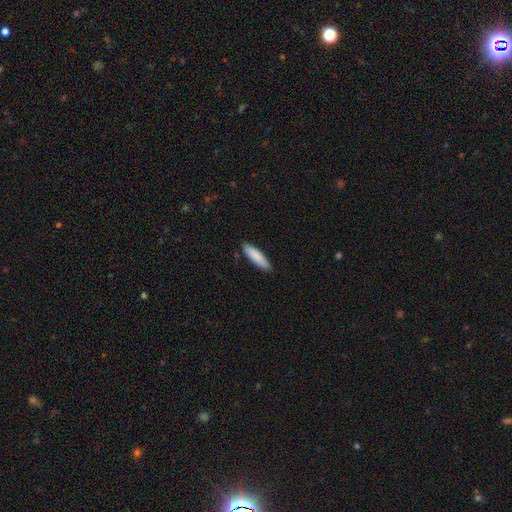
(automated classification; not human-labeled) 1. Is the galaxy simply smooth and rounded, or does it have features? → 87% smooth, 8% featured or disk, 5% star or artifact.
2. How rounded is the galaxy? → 69% cigar-shaped, 30% in between, 1% round.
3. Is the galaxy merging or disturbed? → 86% none, 11% minor disturbance, 2% major disturbance, 1% merger.